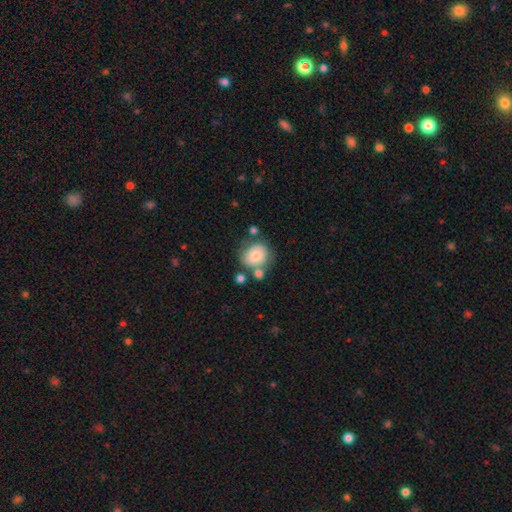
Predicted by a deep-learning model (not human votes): Overall: smooth (69%). How rounded: round (68%; in between 31%). Merging: none (53%; minor disturbance 20%).